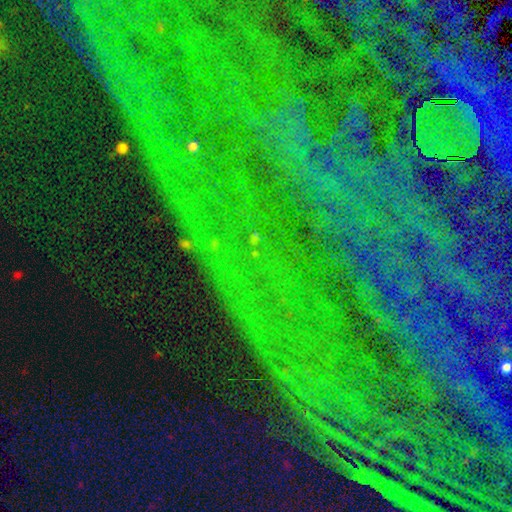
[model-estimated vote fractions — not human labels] The model was most divided on "smooth or featured": star or artifact: 86%, featured or disk: 8%, smooth: 6%.